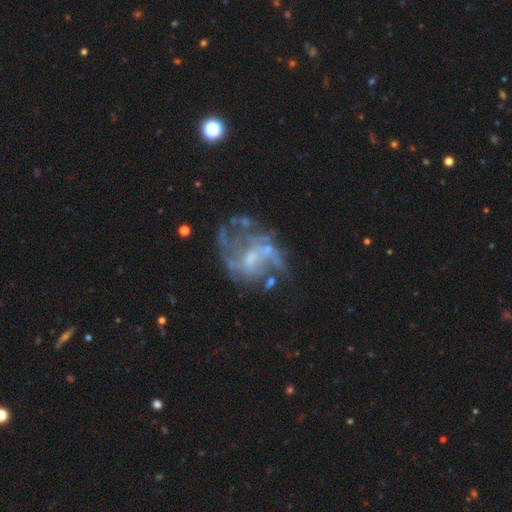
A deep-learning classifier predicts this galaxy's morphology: smooth_or_featured: featured or disk (p=0.79) [alt: star or artifact p=0.13]
disk_edge_on: no (p=0.98) [alt: yes p=0.02]
bar: no (p=0.44) [tied with: weak p=0.44]
has_spiral_arms: yes (p=0.73) [alt: no p=0.27]
spiral_winding: loose (p=0.49) [alt: medium p=0.36]
spiral_arm_count: 2 (p=0.42) [alt: can't tell p=0.31]
bulge_size: small (p=0.50) [alt: none p=0.27]
merging: none (p=0.48) [alt: major disturbance p=0.27]